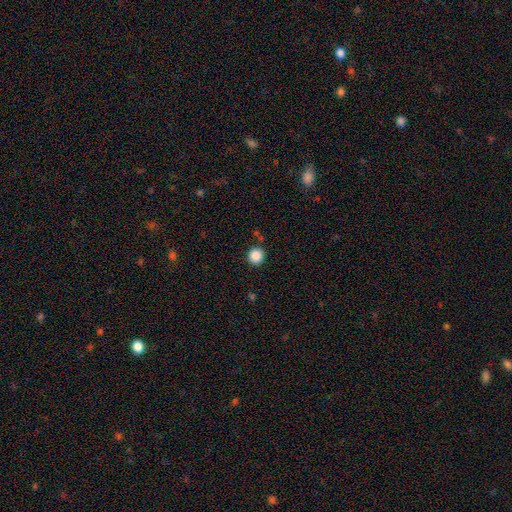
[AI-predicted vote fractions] A smooth galaxy with no disk features (87%) that is round (93%).

Vote fractions:
- Smooth or featured? smooth: 87% / star or artifact: 10% / featured or disk: 3%
- How rounded? round: 93% / in between: 6% / cigar-shaped: 1%
- Merging? none: 88% / minor disturbance: 7% / merger: 3% / major disturbance: 2%